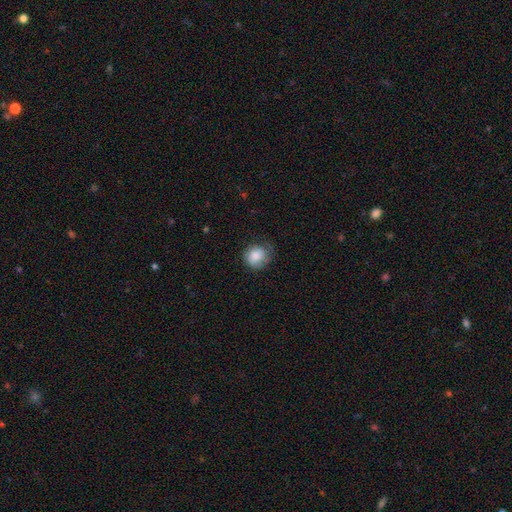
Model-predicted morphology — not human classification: Smooth or featured?
  - smooth: 78% *
  - featured or disk: 14%
  - star or artifact: 7%
How rounded?
  - round: 75% *
  - in between: 24%
  - cigar-shaped: 1%
Merging?
  - none: 60% *
  - minor disturbance: 28%
  - major disturbance: 11%
  - merger: 1%